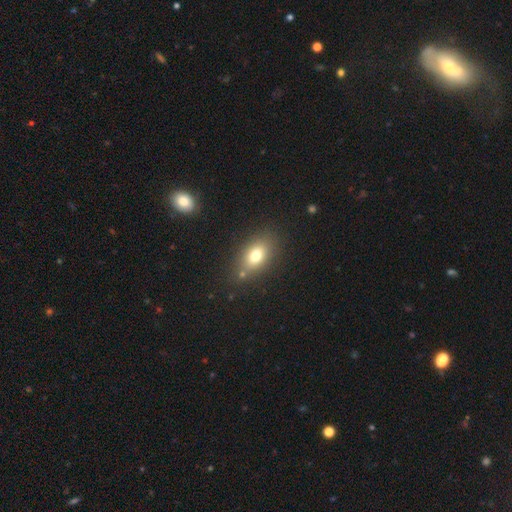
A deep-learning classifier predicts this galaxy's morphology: A smooth galaxy with no disk features (74%) that is in between round and cigar-shaped (80%).

Vote fractions:
- Smooth or featured? smooth: 74% / featured or disk: 15% / star or artifact: 11%
- How rounded? in between: 80% / round: 16% / cigar-shaped: 4%
- Merging? none: 76% / minor disturbance: 13% / merger: 7% / major disturbance: 4%